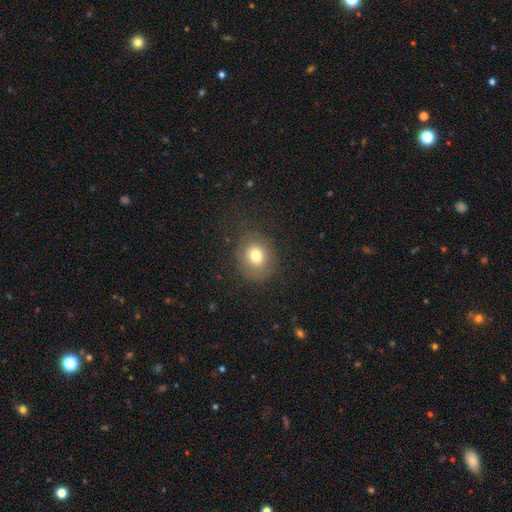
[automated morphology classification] Smooth or featured?
  - smooth: 75% *
  - featured or disk: 13%
  - star or artifact: 12%
How rounded?
  - round: 73% *
  - in between: 26%
  - cigar-shaped: 1%
Merging?
  - none: 79% *
  - minor disturbance: 13%
  - major disturbance: 7%
  - merger: 1%